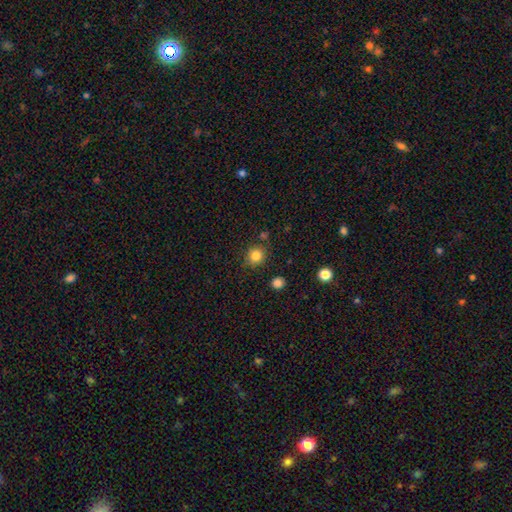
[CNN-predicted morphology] Smooth or featured?
  - smooth: 83% *
  - star or artifact: 12%
  - featured or disk: 5%
How rounded?
  - round: 84% *
  - in between: 15%
  - cigar-shaped: 1%
Merging?
  - none: 81% *
  - minor disturbance: 11%
  - merger: 4%
  - major disturbance: 3%